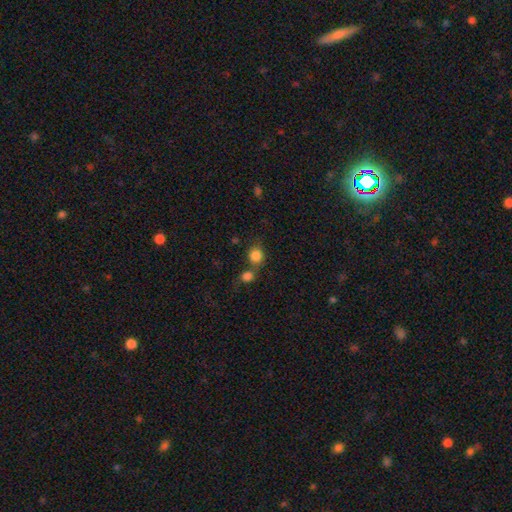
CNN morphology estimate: smooth_or_featured: smooth (p=0.84) [alt: star or artifact p=0.10]
how_rounded: round (p=0.80) [alt: in between p=0.19]
merging: none (p=0.53) [alt: merger p=0.32]